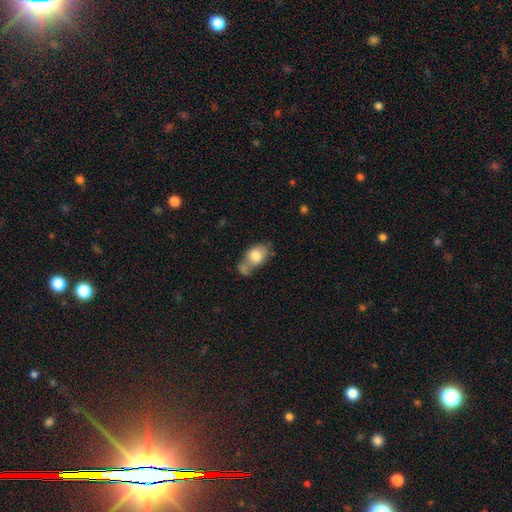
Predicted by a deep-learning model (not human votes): smooth-or-featured: smooth: 77% | featured or disk: 16% | star or artifact: 7%
  how-rounded: in between: 79% | round: 19% | cigar-shaped: 2%
  merging: merger: 35% | none: 33% | minor disturbance: 21% | major disturbance: 11%